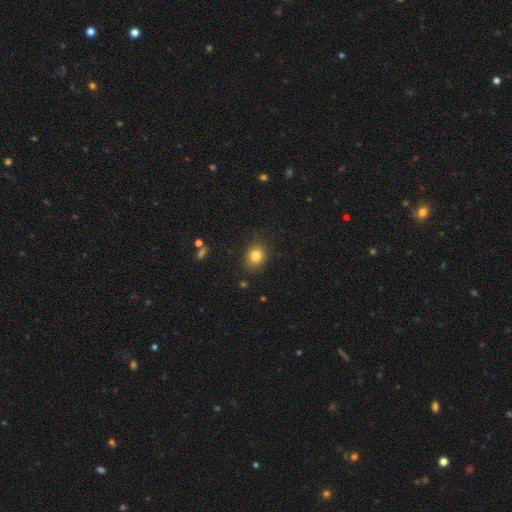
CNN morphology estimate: Overall: smooth (81%). How rounded: round (50%; in between 49%). Merging: none (82%).